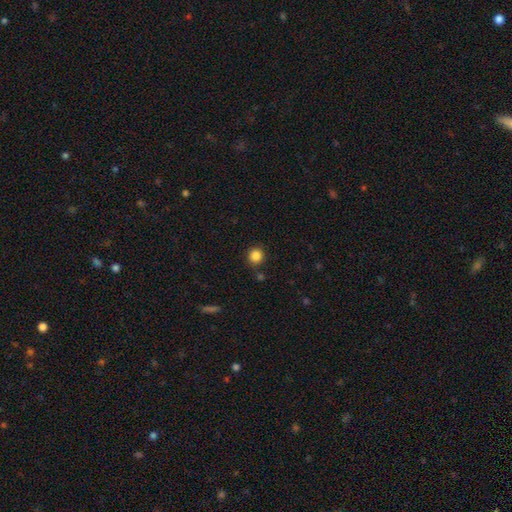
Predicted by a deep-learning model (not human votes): Smooth or featured: smooth — 85% (star or artifact — 11%)
How rounded: round — 93% (in between — 6%)
Merging: none — 87% (minor disturbance — 7%)